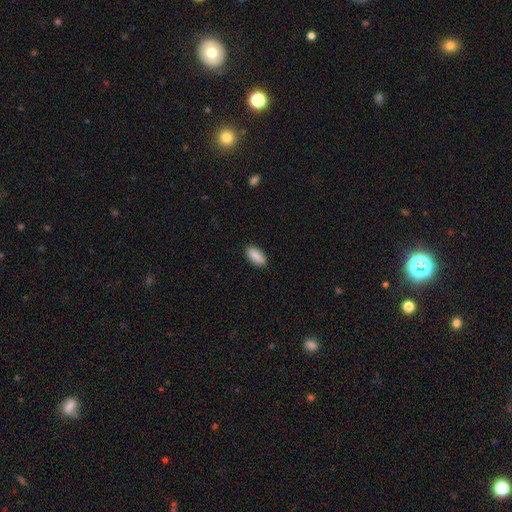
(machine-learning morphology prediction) A smooth galaxy with no disk features (90%) that is in between round and cigar-shaped (91%). Merging: none (89%).